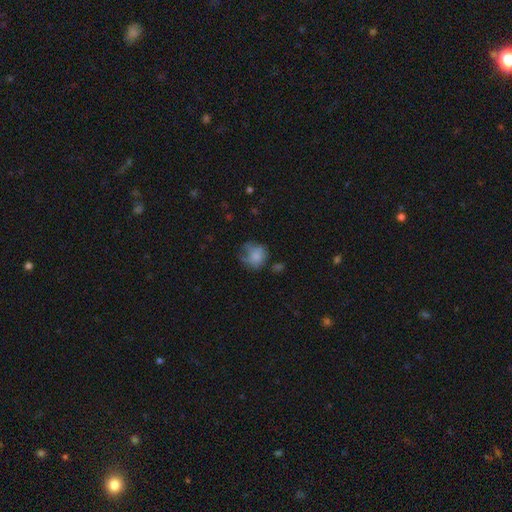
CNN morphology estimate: smooth 67%, featured or disk 22%, star or artifact 10%. Down the decision tree: how rounded — round (70%); merging — none (40%).